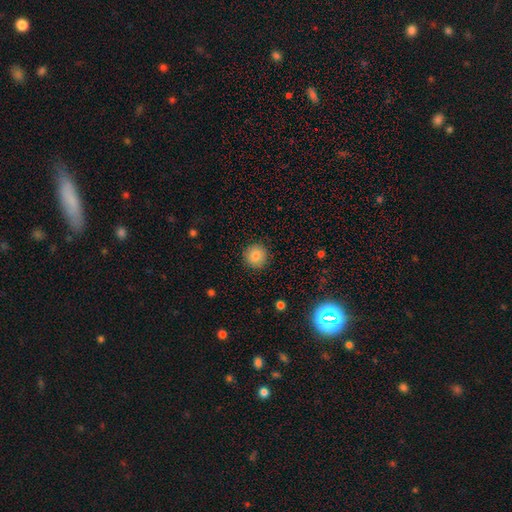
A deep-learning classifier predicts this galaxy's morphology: type=smooth (84%); roundness=round (94%); merging=none (91%).